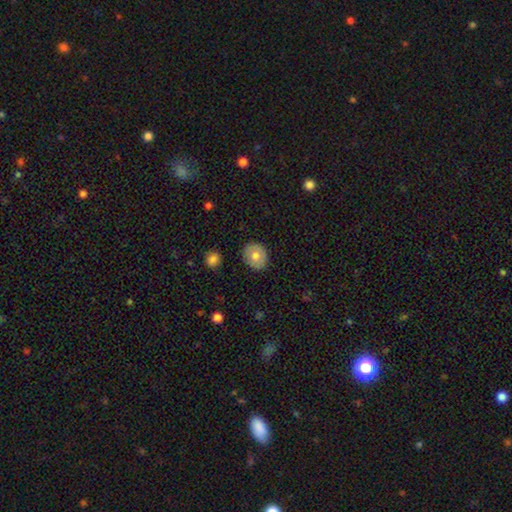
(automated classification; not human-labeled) A smooth galaxy with no disk features (70%) that is round (66%). Merging: none (86%).